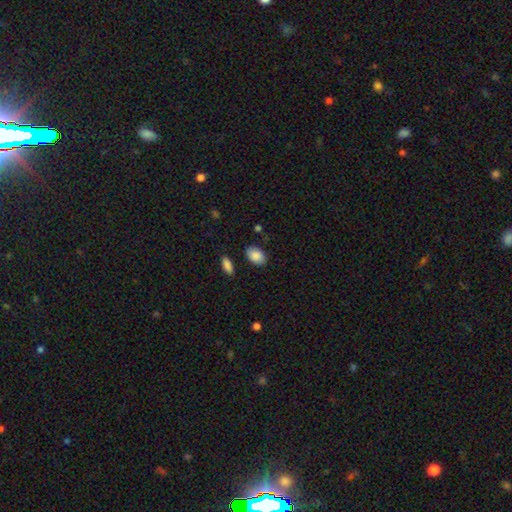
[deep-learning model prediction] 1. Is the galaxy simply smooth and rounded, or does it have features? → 89% smooth, 7% star or artifact, 5% featured or disk.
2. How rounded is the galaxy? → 88% in between, 10% round, 1% cigar-shaped.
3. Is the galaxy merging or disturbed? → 85% none, 10% minor disturbance, 3% major disturbance, 2% merger.